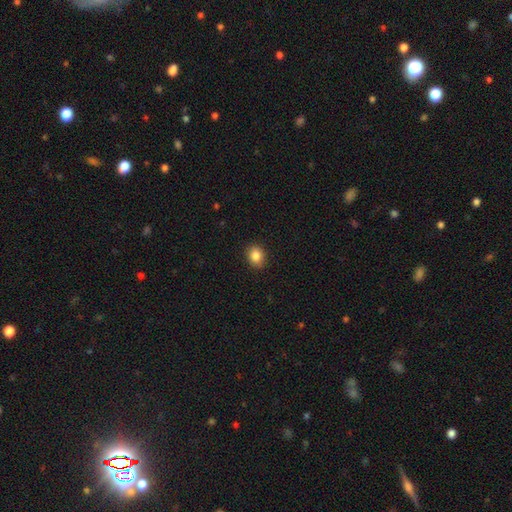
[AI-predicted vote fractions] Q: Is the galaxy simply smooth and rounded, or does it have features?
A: smooth — 85%.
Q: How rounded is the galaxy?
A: round — 58%.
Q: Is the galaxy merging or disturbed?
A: none — 90%.